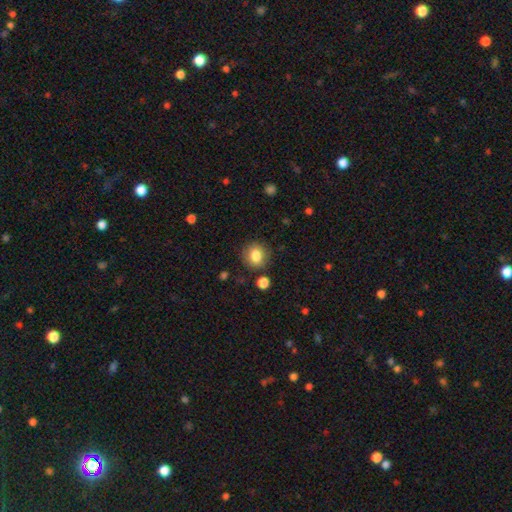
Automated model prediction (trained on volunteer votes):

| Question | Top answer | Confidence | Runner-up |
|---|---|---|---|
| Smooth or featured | smooth | 84% | star or artifact (9%) |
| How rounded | round | 78% | in between (21%) |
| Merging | none | 84% | minor disturbance (10%) |